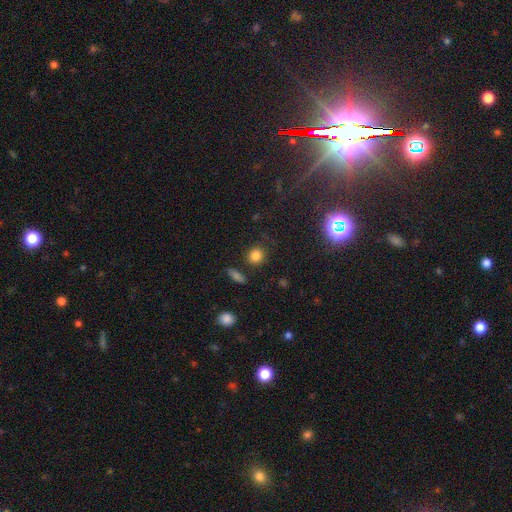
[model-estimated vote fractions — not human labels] Morphology: type=smooth (81%); roundness=round (87%); merging=none (84%).